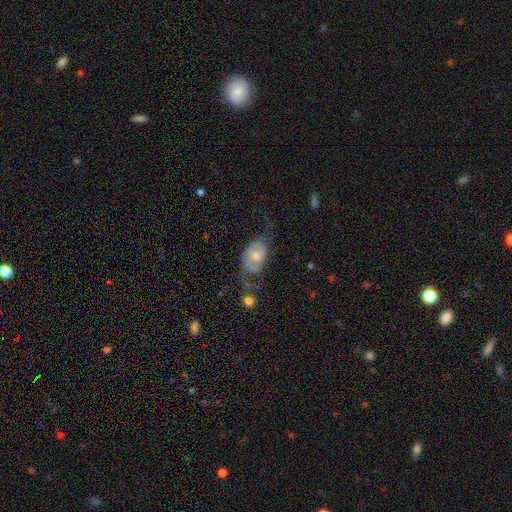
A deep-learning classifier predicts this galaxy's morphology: Smooth or featured? featured or disk (48%)
Merging? major disturbance (37%)